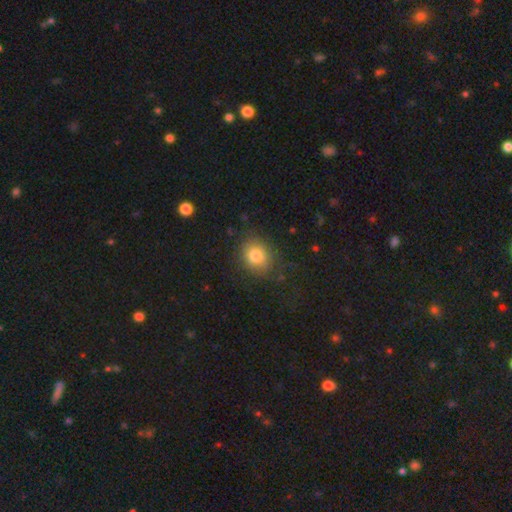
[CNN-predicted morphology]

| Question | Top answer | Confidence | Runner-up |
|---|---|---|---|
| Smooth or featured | smooth | 80% | star or artifact (11%) |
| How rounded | round | 66% | in between (33%) |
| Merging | none | 80% | minor disturbance (13%) |